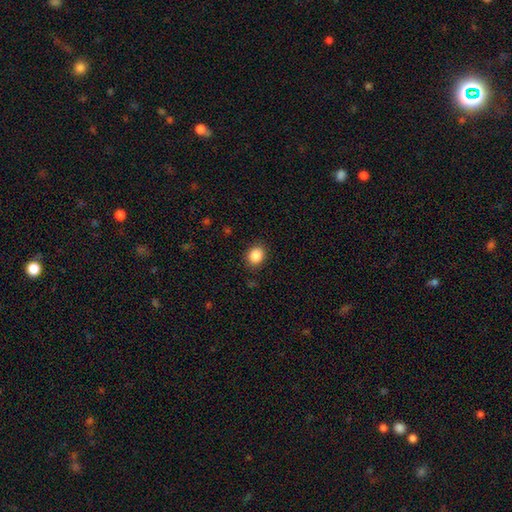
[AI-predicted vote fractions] The model was most divided on "how rounded": round: 59%, in between: 40%, cigar-shaped: 1%. More confident: merging — none (88%); smooth or featured — smooth (87%).